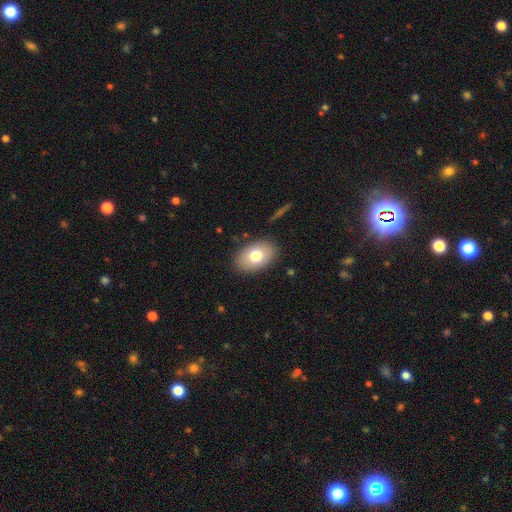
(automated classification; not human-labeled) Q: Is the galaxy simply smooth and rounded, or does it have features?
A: smooth — 75%.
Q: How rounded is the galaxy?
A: in between — 87%.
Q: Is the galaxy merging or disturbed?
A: none — 87%.